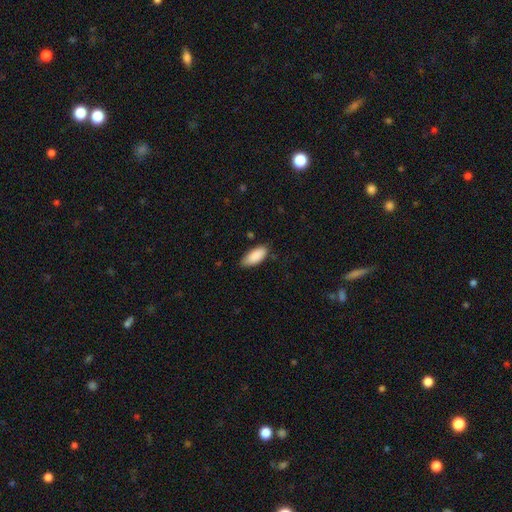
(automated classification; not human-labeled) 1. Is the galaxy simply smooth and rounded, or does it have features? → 89% smooth, 6% star or artifact, 4% featured or disk.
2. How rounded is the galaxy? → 88% in between, 11% cigar-shaped, 2% round.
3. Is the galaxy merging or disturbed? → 77% none, 19% minor disturbance, 3% major disturbance, 1% merger.